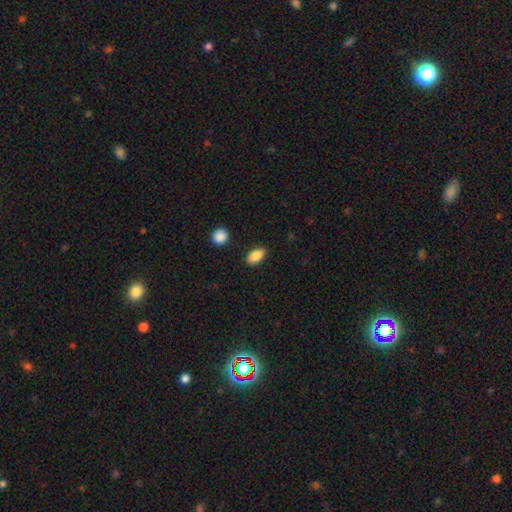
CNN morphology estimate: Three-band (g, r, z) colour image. It shows a smooth galaxy with no disk features (87%) that is in between round and cigar-shaped (90%). Merging: none (87%).